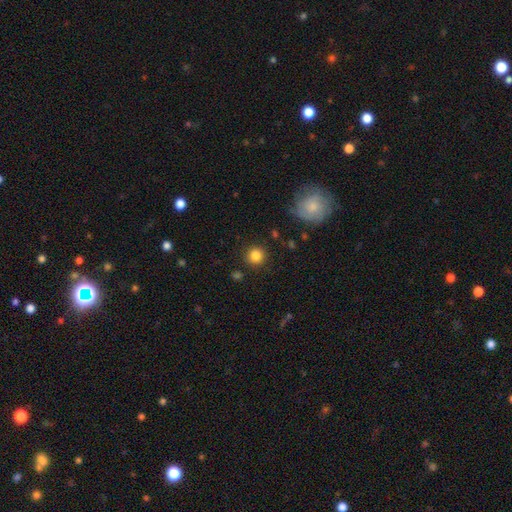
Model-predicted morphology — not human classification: The model was most divided on "smooth or featured": smooth: 84%, star or artifact: 11%, featured or disk: 5%. More confident: how rounded — round (93%); merging — none (89%).